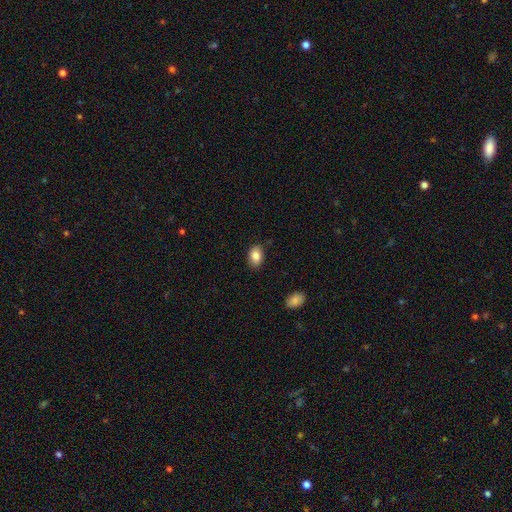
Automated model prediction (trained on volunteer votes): A smooth galaxy with no disk features (85%) that is in between round and cigar-shaped (85%).

Vote fractions:
- Smooth or featured? smooth: 85% / star or artifact: 8% / featured or disk: 7%
- How rounded? in between: 85% / round: 14% / cigar-shaped: 1%
- Merging? none: 85% / minor disturbance: 12% / major disturbance: 2% / merger: 1%